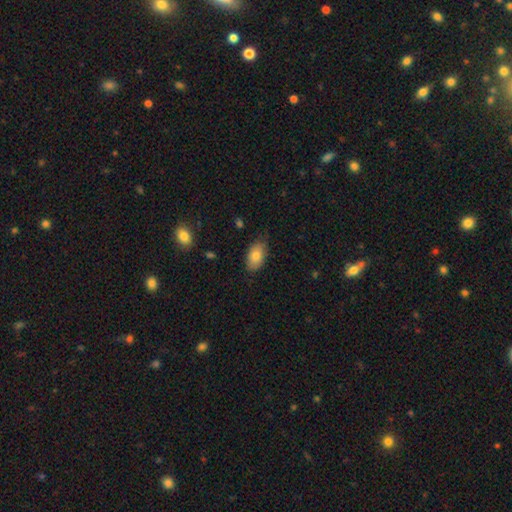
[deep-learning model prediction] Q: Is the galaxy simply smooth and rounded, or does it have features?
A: smooth — 80%.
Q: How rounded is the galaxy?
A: in between — 92%.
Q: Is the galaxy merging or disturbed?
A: none — 76%.